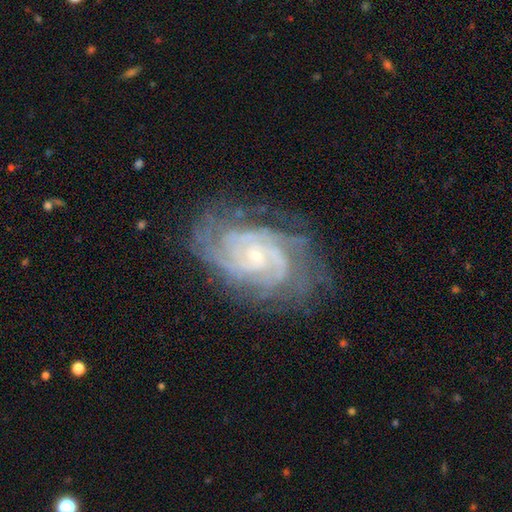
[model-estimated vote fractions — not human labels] This is clearly a featured or disk galaxy (89%). It is clearly not viewed edge-on (97%). Bar: likely no (72%). Spiral arm pattern: clearly yes (97%). Spiral arm count: marginally can't tell (24%). Spiral winding: likely tight (70%). Central bulge: likely small (80%). Merging: likely none (71%).